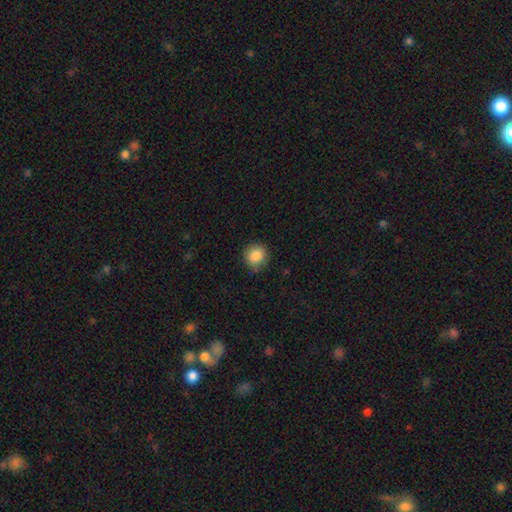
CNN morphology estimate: Smooth or featured? smooth (87%)
How rounded? round (89%)
Merging? none (85%)